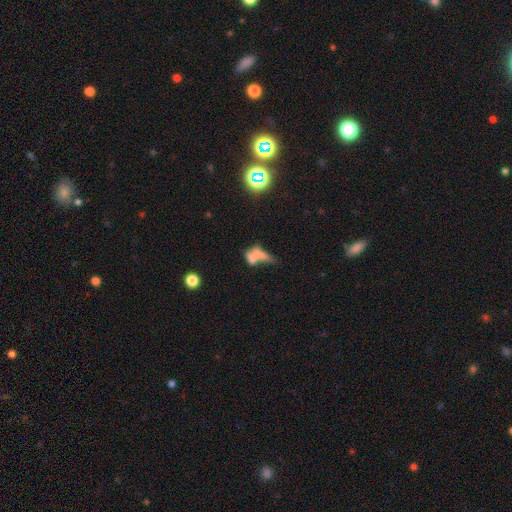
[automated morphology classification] Smooth or featured: smooth — 53% (featured or disk — 31%)
How rounded: in between — 65% (cigar-shaped — 19%)
Merging: merger — 52% (none — 19%)